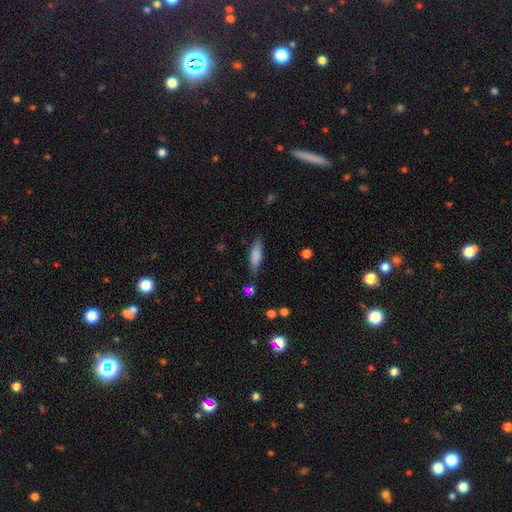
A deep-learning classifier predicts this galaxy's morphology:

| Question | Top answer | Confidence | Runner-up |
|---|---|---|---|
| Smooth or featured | smooth | 80% | featured or disk (13%) |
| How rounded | cigar-shaped | 56% | in between (42%) |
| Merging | none | 72% | minor disturbance (19%) |